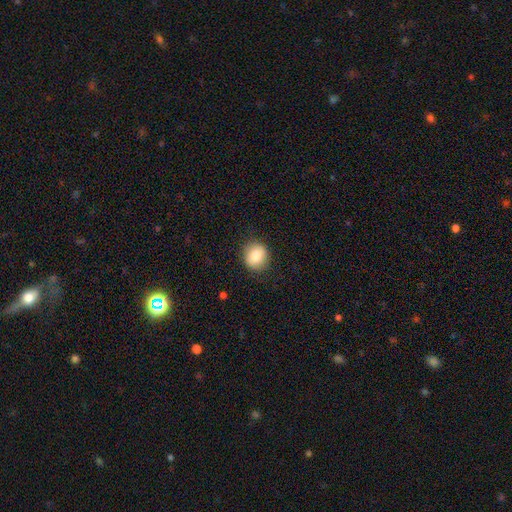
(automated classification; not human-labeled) Smooth or featured? smooth (80%)
How rounded? round (82%)
Merging? none (88%)